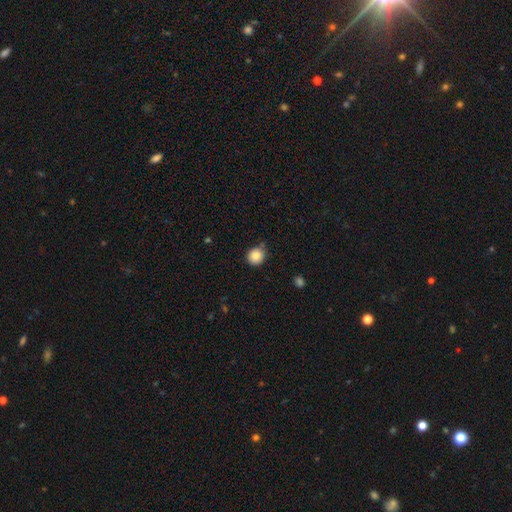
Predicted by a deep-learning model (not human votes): Smooth or featured: smooth — 86% (star or artifact — 9%)
How rounded: round — 83% (in between — 16%)
Merging: none — 78% (minor disturbance — 15%)